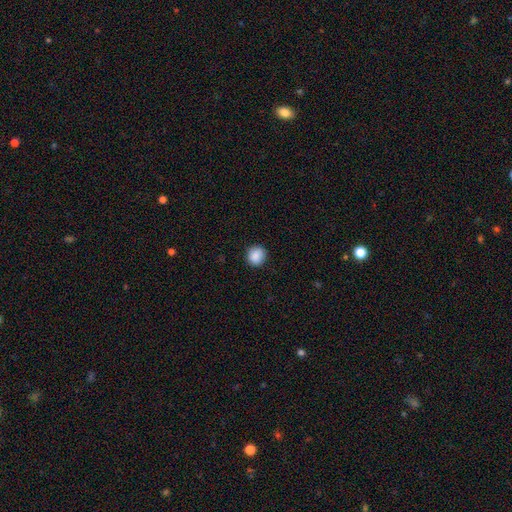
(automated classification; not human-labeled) This is clearly a smooth galaxy (89%). How rounded: clearly round (85%). Merging: clearly none (90%).